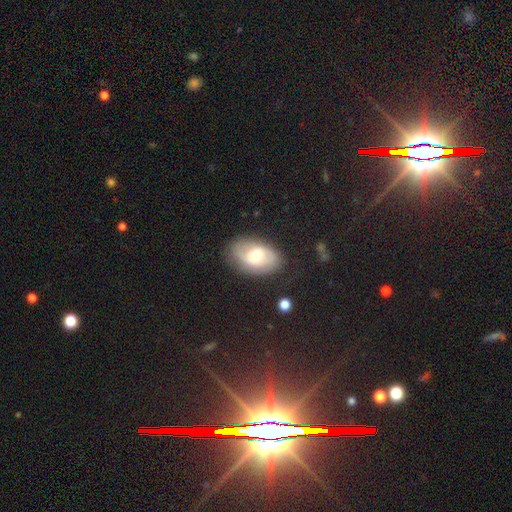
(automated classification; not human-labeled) Smooth or featured: smooth — 50% (featured or disk — 42%)
Merging: none — 75% (minor disturbance — 18%)